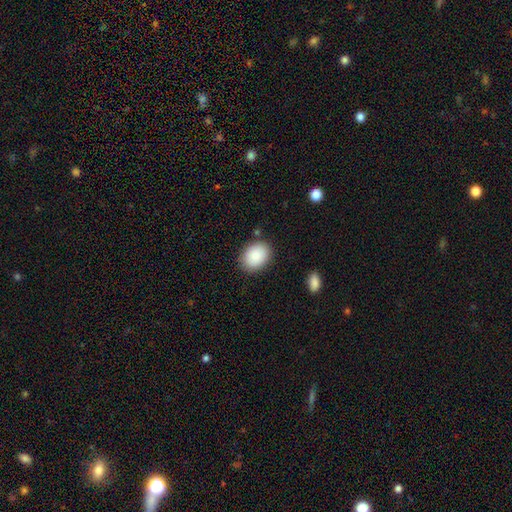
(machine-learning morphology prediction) Smooth or featured? smooth (86%)
How rounded? in between (74%)
Merging? none (85%)